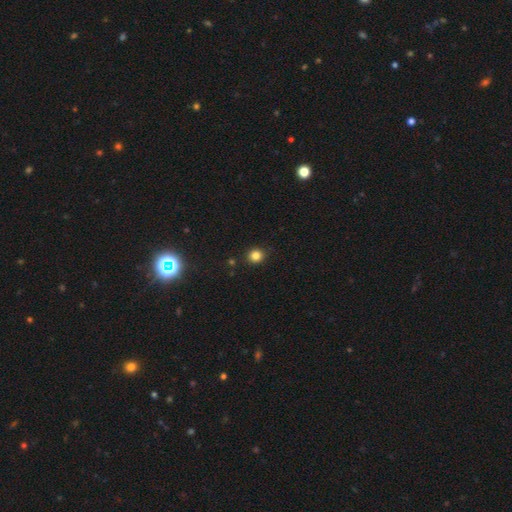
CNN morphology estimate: smooth_or_featured: smooth (p=0.82) [alt: star or artifact p=0.13]
how_rounded: round (p=0.85) [alt: in between p=0.15]
merging: none (p=0.89) [alt: minor disturbance p=0.07]